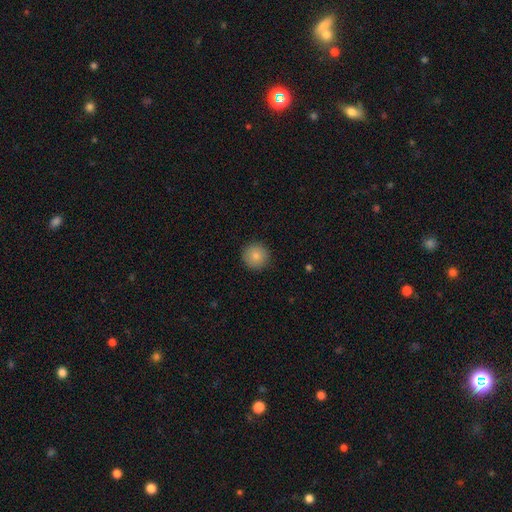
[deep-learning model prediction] A smooth galaxy with no disk features (83%) that is round (95%). Merging: none (91%).